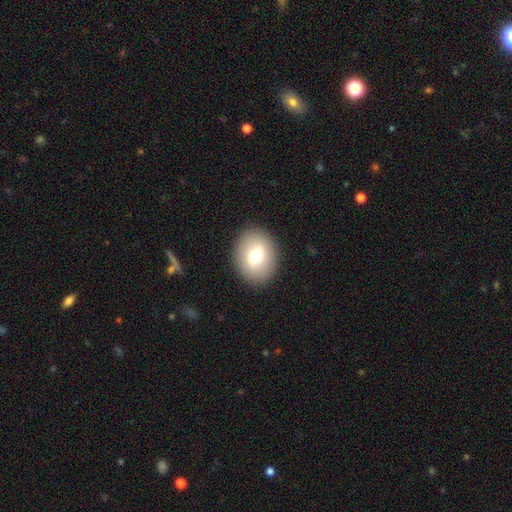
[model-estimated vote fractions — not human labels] Overall: smooth (69%). How rounded: round (60%; in between 39%). Merging: none (89%).